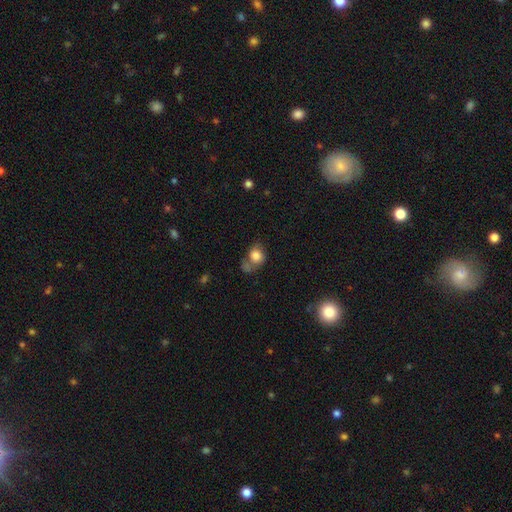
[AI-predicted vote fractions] A smooth galaxy with no disk features (78%) that is round (57%).

Vote fractions:
- Smooth or featured? smooth: 78% / featured or disk: 13% / star or artifact: 9%
- How rounded? round: 57% / in between: 42% / cigar-shaped: 1%
- Merging? none: 36% / merger: 25% / minor disturbance: 21% / major disturbance: 19%